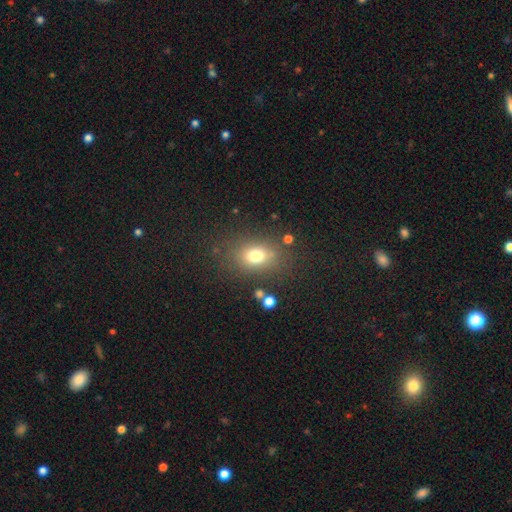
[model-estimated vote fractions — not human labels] A smooth galaxy with no disk features (75%) that is in between round and cigar-shaped (62%).

Vote fractions:
- Smooth or featured? smooth: 75% / star or artifact: 14% / featured or disk: 11%
- How rounded? in between: 62% / round: 36% / cigar-shaped: 2%
- Merging? none: 77% / minor disturbance: 13% / major disturbance: 6% / merger: 4%